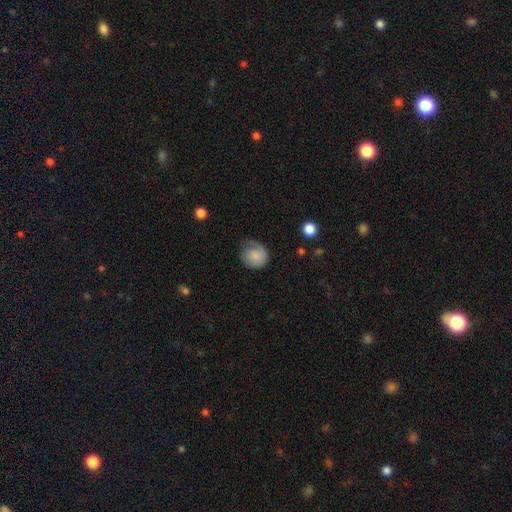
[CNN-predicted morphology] The model was most divided on "merging": none: 48%, minor disturbance: 33%, major disturbance: 17%, merger: 2%. More confident: smooth or featured — smooth (76%); how rounded — round (73%).